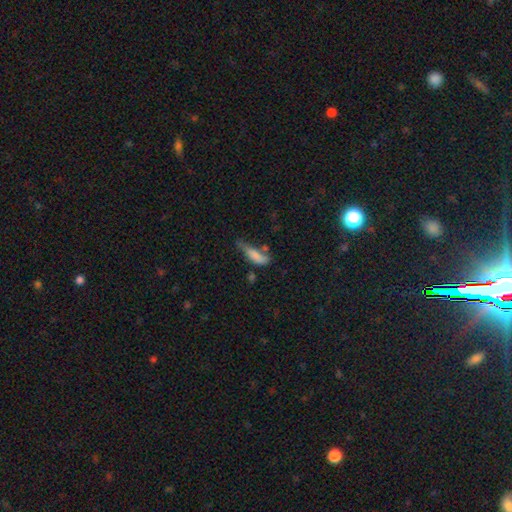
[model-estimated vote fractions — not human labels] This is likely a smooth galaxy (75%). How rounded: possibly cigar-shaped (49%). Merging: marginally minor disturbance (31%, tied with none).